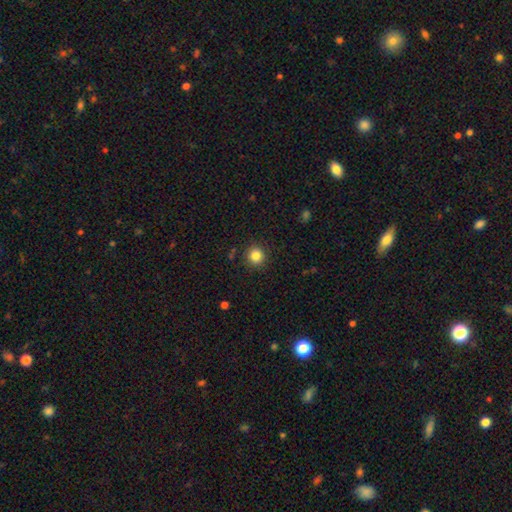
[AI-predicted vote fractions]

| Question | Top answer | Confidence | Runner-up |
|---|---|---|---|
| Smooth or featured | smooth | 84% | star or artifact (11%) |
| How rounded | round | 93% | in between (6%) |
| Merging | none | 91% | minor disturbance (6%) |